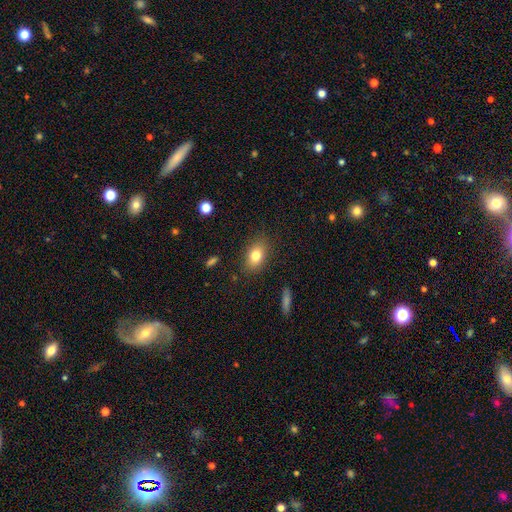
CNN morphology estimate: smooth 78%, featured or disk 12%, star or artifact 9%. Down the decision tree: how rounded — in between (82%); merging — none (85%).